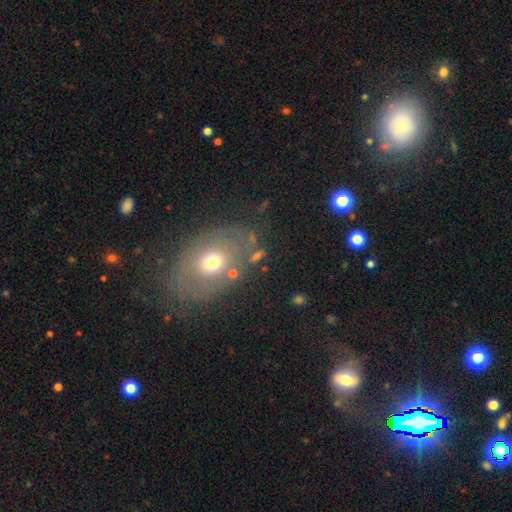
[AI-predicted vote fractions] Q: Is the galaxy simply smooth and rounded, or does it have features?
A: smooth — 48%.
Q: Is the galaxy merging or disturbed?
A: none — 71%.